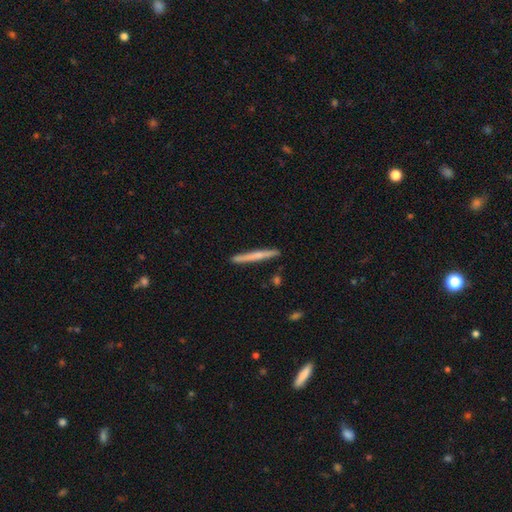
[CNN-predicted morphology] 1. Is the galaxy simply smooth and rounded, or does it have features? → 53% smooth, 41% featured or disk, 6% star or artifact.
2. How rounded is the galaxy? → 97% cigar-shaped, 2% in between, 1% round.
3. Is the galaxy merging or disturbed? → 90% none, 7% minor disturbance, 2% merger, 1% major disturbance.